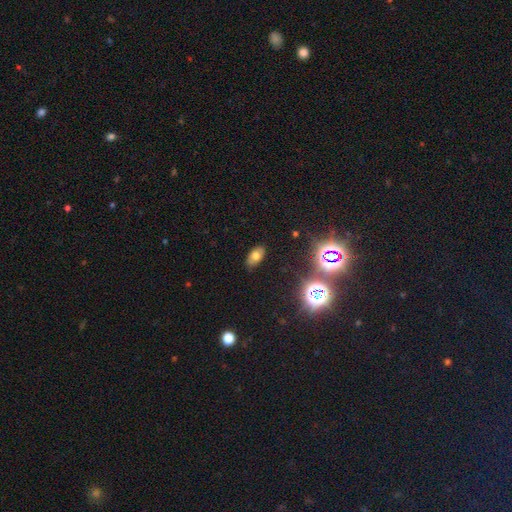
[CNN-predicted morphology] Smooth or featured: smooth — 64% (star or artifact — 21%)
How rounded: in between — 91% (round — 6%)
Merging: none — 84% (minor disturbance — 12%)